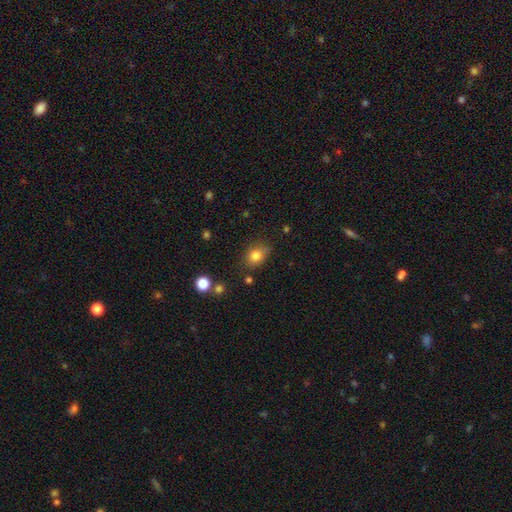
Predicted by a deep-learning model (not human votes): This appears to be a smooth galaxy with no disk features (81%) that is in between round and cigar-shaped (54%). Merging: none (74%).